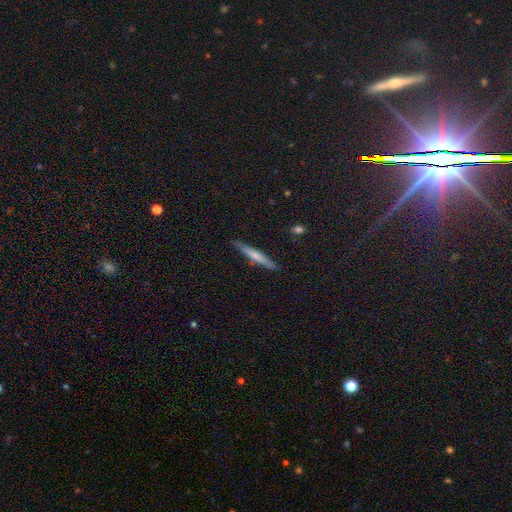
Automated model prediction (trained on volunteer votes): This is possibly a smooth galaxy (58%). How rounded: clearly cigar-shaped (95%). Merging: clearly none (85%).